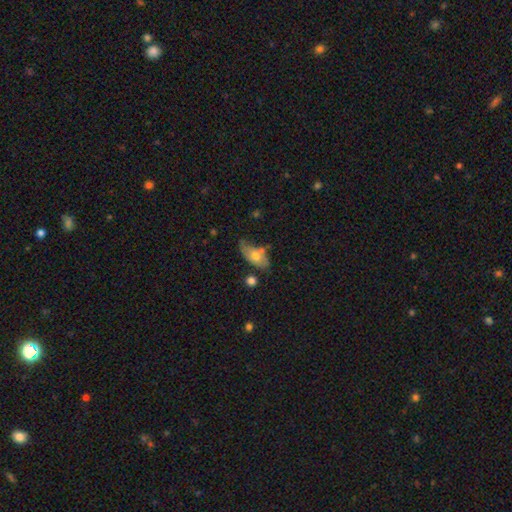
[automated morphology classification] The model was most divided on "merging": none: 43%, minor disturbance: 31%, major disturbance: 13%, merger: 12%. More confident: how rounded — in between (88%); smooth or featured — smooth (55%).